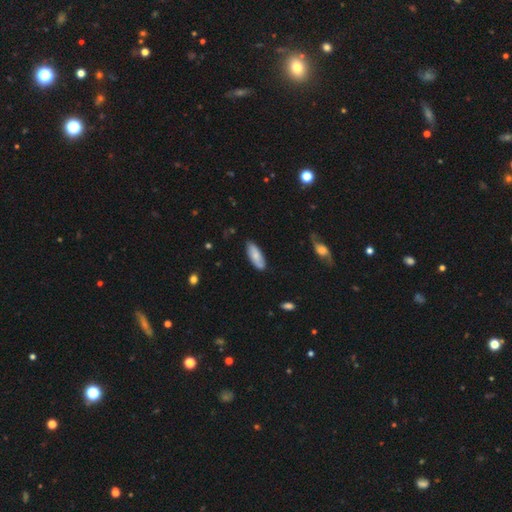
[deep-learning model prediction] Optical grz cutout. It shows a smooth galaxy with no disk features (73%) that is in between round and cigar-shaped (73%). Merging: none (81%).